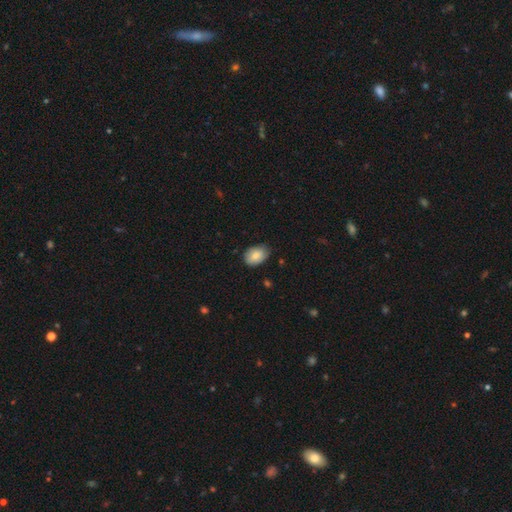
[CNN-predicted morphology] A smooth galaxy with no disk features (83%) that is in between round and cigar-shaped (82%). Merging: none (71%).